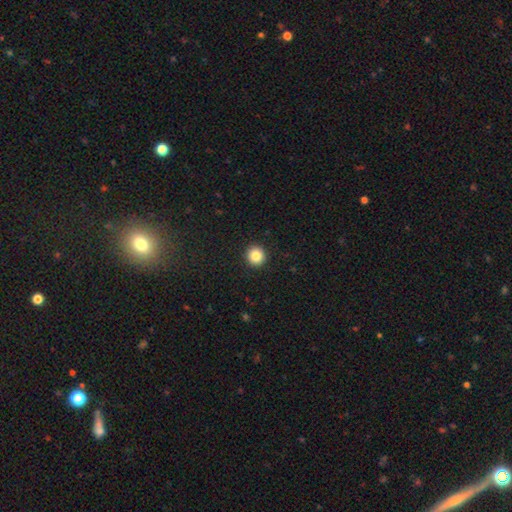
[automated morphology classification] This is clearly a smooth galaxy (85%). How rounded: clearly round (94%). Merging: clearly none (93%).